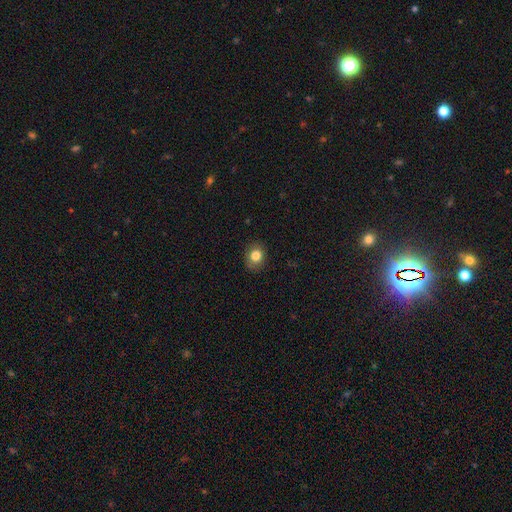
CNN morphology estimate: Overall: smooth (83%). How rounded: round (60%; in between 39%). Merging: none (85%).